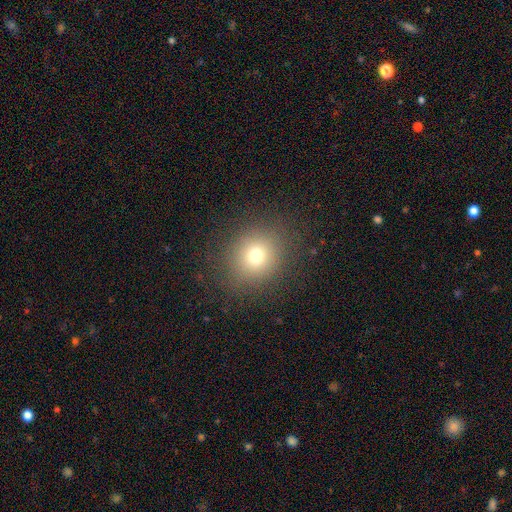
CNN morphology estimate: A smooth galaxy with no disk features (73%) that is round (80%).

Vote fractions:
- Smooth or featured? smooth: 73% / star or artifact: 17% / featured or disk: 11%
- How rounded? round: 80% / in between: 19% / cigar-shaped: 1%
- Merging? none: 86% / minor disturbance: 8% / major disturbance: 4% / merger: 1%